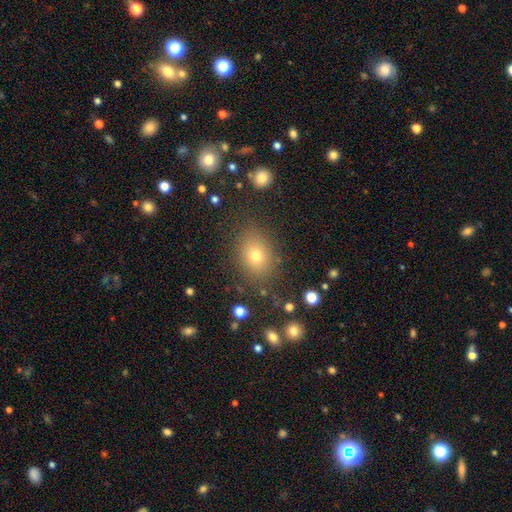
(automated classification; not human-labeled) Q: Smooth or featured?
A: smooth (73%); runner-up: star or artifact (16%)
Q: How rounded?
A: in between (53%); runner-up: round (45%)
Q: Merging?
A: none (82%); runner-up: minor disturbance (11%)